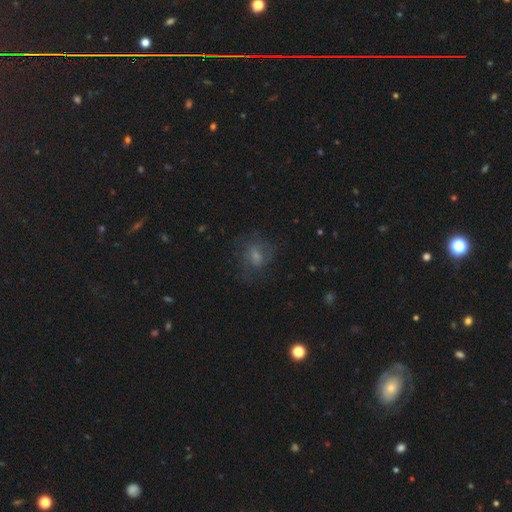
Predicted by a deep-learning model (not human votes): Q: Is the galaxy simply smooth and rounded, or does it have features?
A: smooth — 52%.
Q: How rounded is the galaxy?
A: round — 50%.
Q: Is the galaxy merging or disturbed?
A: none — 59%.